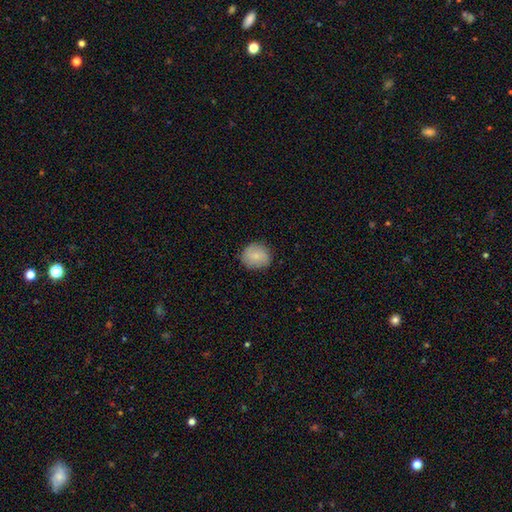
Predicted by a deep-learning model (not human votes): Q: Smooth or featured?
A: smooth (81%); runner-up: featured or disk (13%)
Q: How rounded?
A: round (79%); runner-up: in between (20%)
Q: Merging?
A: none (83%); runner-up: minor disturbance (13%)